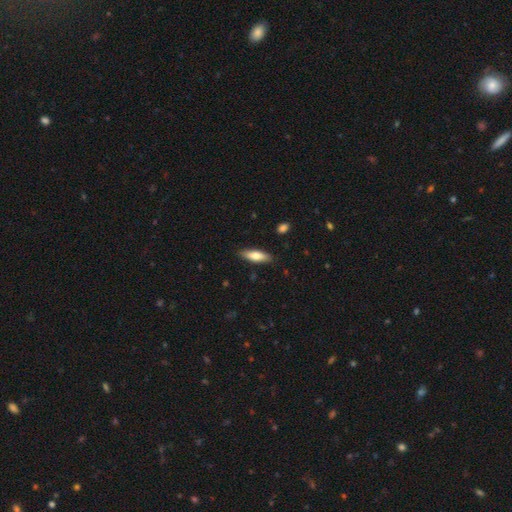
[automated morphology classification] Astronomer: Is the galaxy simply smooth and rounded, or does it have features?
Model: smooth — 76%.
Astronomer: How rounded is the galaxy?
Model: in between — 54% (runner-up: cigar-shaped, 45%).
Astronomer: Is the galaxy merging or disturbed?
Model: none — 87%.